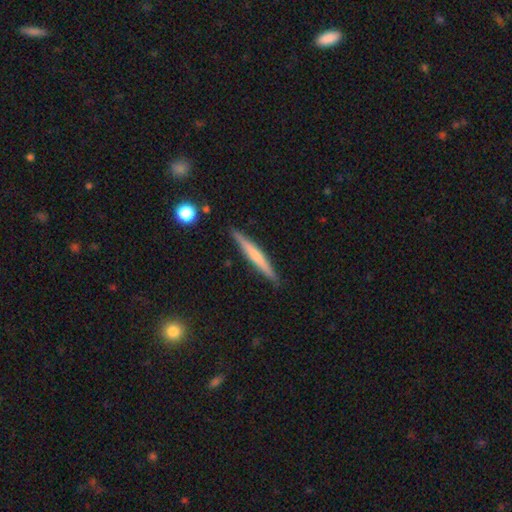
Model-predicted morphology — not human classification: This appears to be a smooth galaxy with no disk features (51%) that is cigar-shaped (96%). Merging: none (89%).